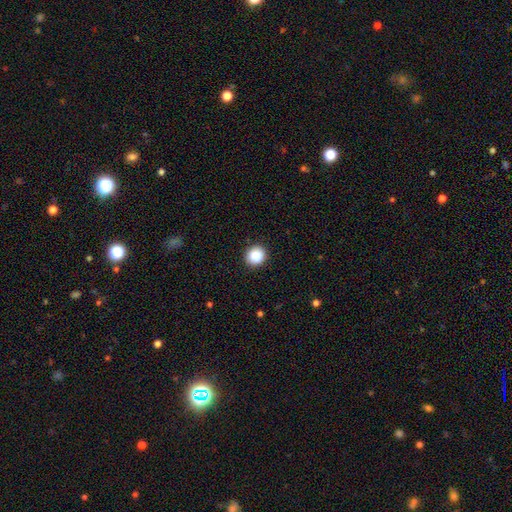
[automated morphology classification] The model was most divided on "smooth or featured": smooth: 88%, star or artifact: 9%, featured or disk: 3%. More confident: merging — none (91%); how rounded — round (90%).